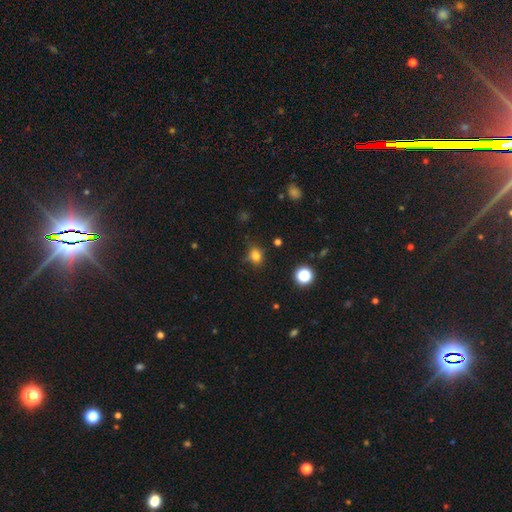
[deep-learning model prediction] A smooth galaxy with no disk features (79%) that is round (66%). Merging: none (75%).